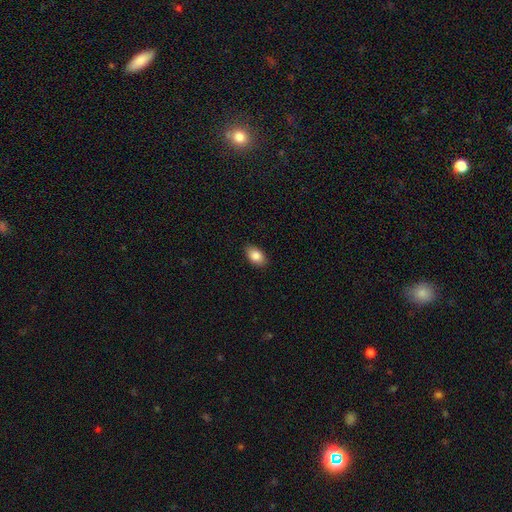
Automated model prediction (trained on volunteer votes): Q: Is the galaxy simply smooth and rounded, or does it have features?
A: smooth — 85%.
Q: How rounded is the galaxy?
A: in between — 91%.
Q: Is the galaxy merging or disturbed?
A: none — 88%.